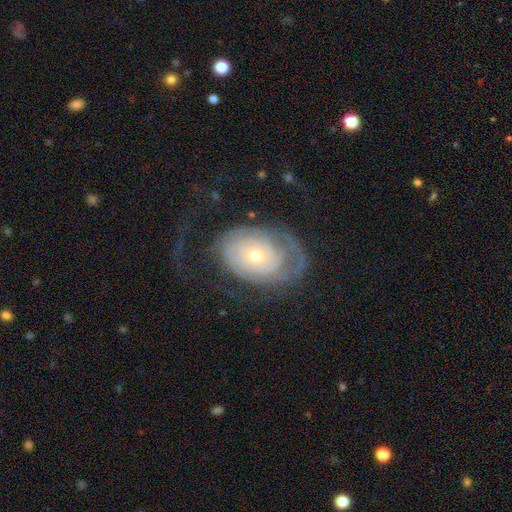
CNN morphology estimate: This is likely a featured or disk galaxy (74%). It is clearly not viewed edge-on (95%). Bar: clearly no (84%). Spiral arm pattern: clearly yes (81%). Spiral arm count: marginally can't tell (42%). Spiral winding: likely tight (65%). Central bulge: possibly small (56%). Merging: possibly none (51%).